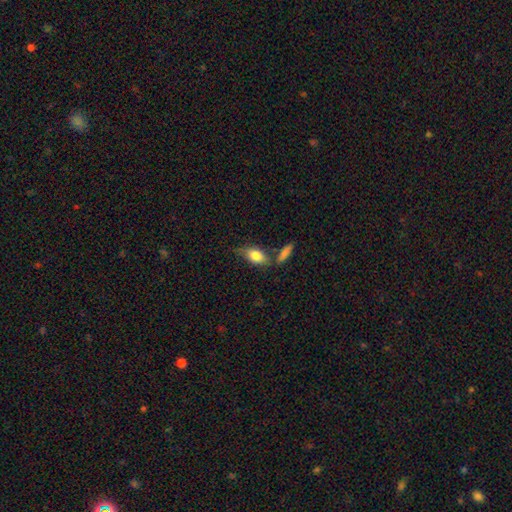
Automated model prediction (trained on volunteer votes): A smooth galaxy with no disk features (77%) that is in between round and cigar-shaped (85%). Merging: none (53%).